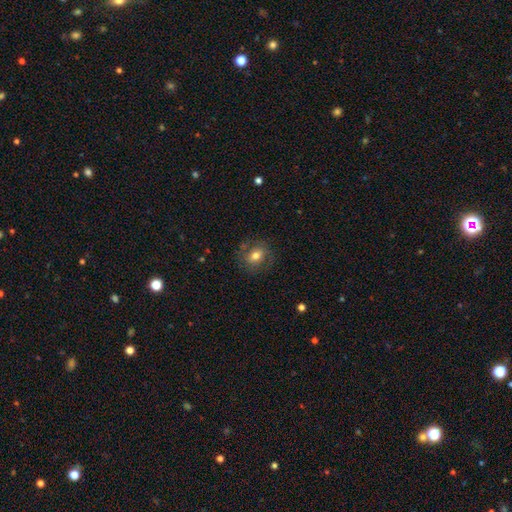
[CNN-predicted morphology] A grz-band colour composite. It shows a smooth galaxy with no disk features (67%) that is round (55%). Merging: none (78%).